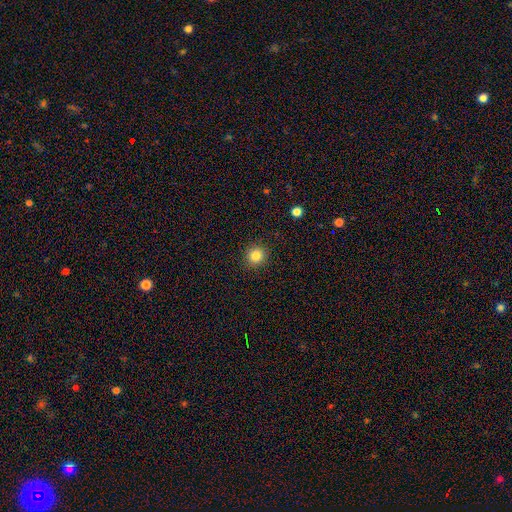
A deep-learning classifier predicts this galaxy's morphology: smooth-or-featured: smooth: 84% | star or artifact: 11% | featured or disk: 5%
  how-rounded: round: 91% | in between: 8% | cigar-shaped: 1%
  merging: none: 91% | minor disturbance: 6% | major disturbance: 2% | merger: 1%